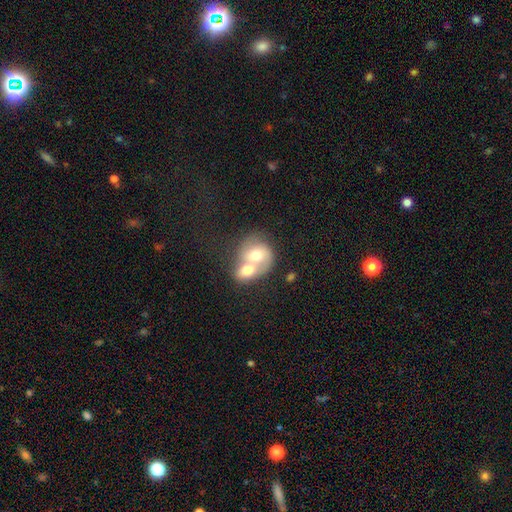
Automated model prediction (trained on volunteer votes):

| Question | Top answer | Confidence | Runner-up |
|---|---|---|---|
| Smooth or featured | smooth | 61% | featured or disk (33%) |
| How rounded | round | 59% | in between (40%) |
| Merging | merger | 77% | none (14%) |